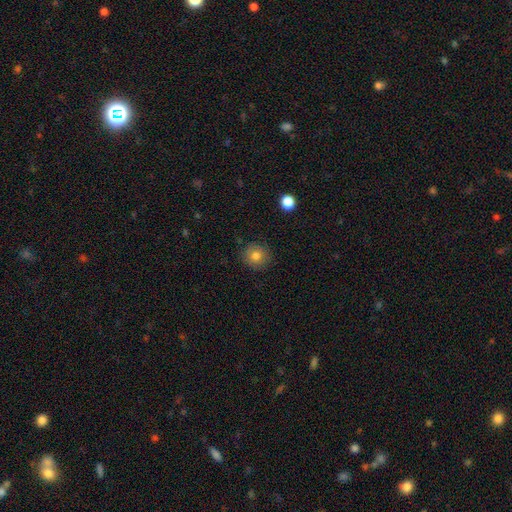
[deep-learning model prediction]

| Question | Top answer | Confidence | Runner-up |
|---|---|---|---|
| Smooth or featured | smooth | 79% | featured or disk (11%) |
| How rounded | round | 92% | in between (7%) |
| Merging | none | 88% | minor disturbance (9%) |